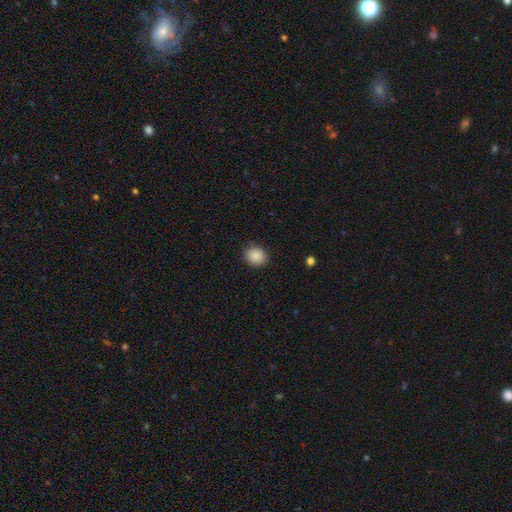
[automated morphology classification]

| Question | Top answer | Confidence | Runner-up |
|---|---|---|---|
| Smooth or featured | smooth | 88% | star or artifact (9%) |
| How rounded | round | 66% | in between (33%) |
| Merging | none | 89% | minor disturbance (7%) |